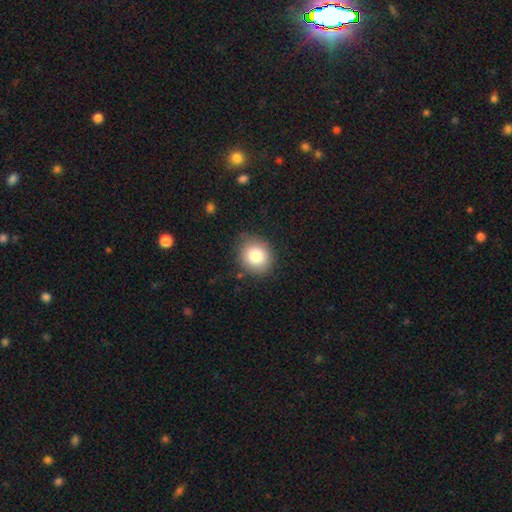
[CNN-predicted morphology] Smooth or featured? Predicted: smooth (p=0.83). How rounded? Predicted: round (p=0.76). Merging? Predicted: none (p=0.82).